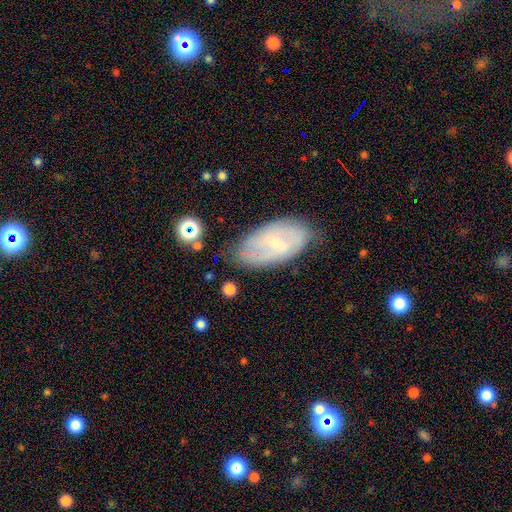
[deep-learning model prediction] featured or disk 66%, smooth 27%, star or artifact 8%. Down the decision tree: edge-on disk — no (94%); bar — weak (50%); spiral arms — yes (78%); bulge size — small (77%); merging — none (71%).